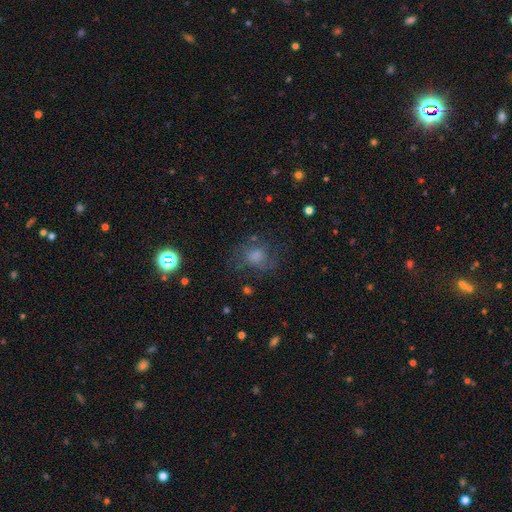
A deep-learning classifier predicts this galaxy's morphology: This appears to be a featured or disk galaxy (40%). Merging: none (67%).